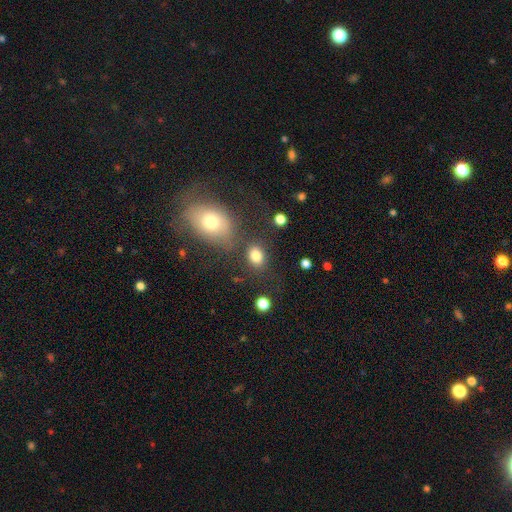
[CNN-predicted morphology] smooth 82%, star or artifact 11%, featured or disk 7%. Down the decision tree: how rounded — in between (63%); merging — none (73%).